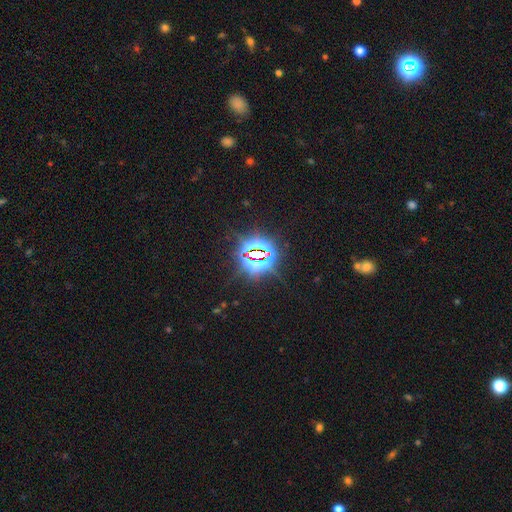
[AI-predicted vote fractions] Q: Smooth or featured?
A: star or artifact (84%); runner-up: smooth (9%)